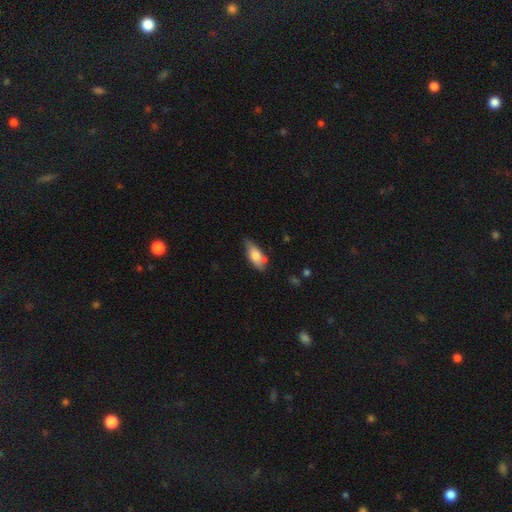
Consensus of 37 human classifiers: Smooth or featured? 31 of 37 (84%) said smooth. How rounded? 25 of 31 (81%) said in between. Merging? 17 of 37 (46%) said minor disturbance.